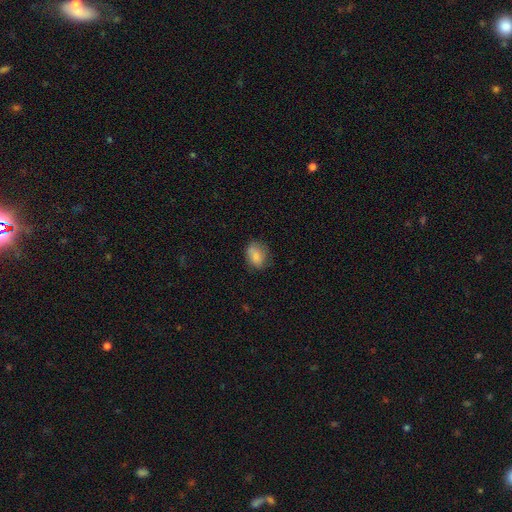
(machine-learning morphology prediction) smooth_or_featured: smooth (p=0.80) [alt: featured or disk p=0.11]
how_rounded: in between (p=0.62) [alt: round p=0.37]
merging: none (p=0.67) [alt: minor disturbance p=0.23]